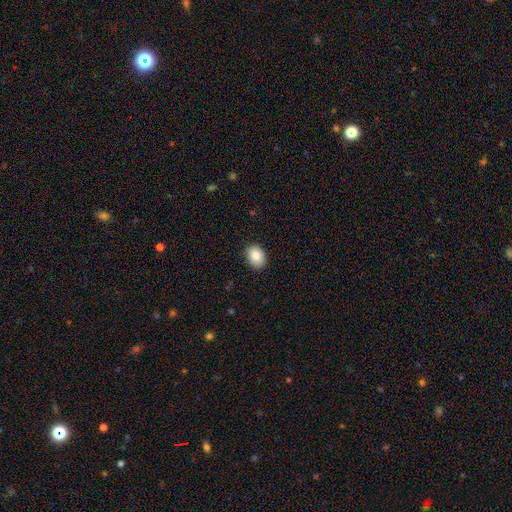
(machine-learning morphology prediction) smooth 86%, star or artifact 8%, featured or disk 6%. Down the decision tree: how rounded — in between (64%); merging — none (89%).